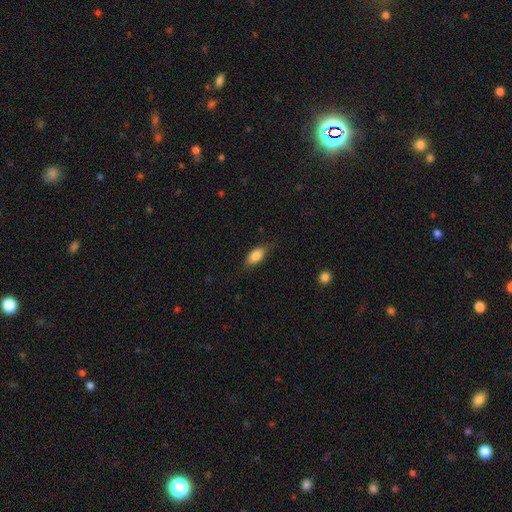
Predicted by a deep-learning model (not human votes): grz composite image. It shows a smooth galaxy with no disk features (83%) that is in between round and cigar-shaped (88%). Merging: none (76%).